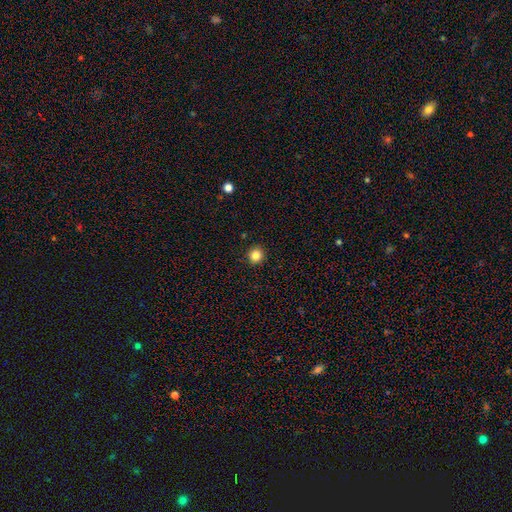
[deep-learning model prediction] Smooth or featured: smooth — 84% (star or artifact — 11%)
How rounded: round — 92% (in between — 7%)
Merging: none — 93% (minor disturbance — 5%)